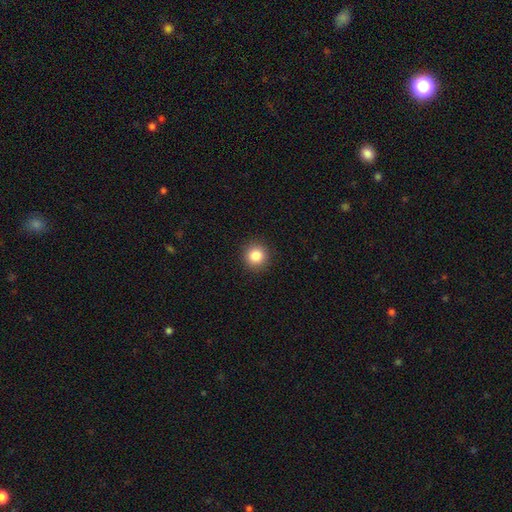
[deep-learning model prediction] smooth-or-featured: smooth: 85% | star or artifact: 11% | featured or disk: 5%
  how-rounded: round: 93% | in between: 6% | cigar-shaped: 1%
  merging: none: 92% | minor disturbance: 5% | major disturbance: 2% | merger: 1%